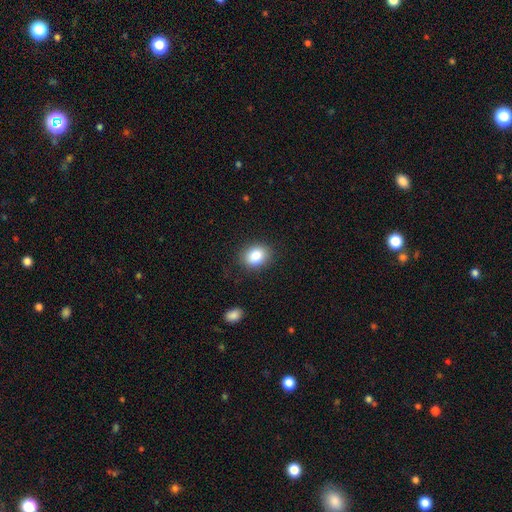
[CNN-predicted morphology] type=smooth (84%); roundness=in between (52%); merging=none (86%).